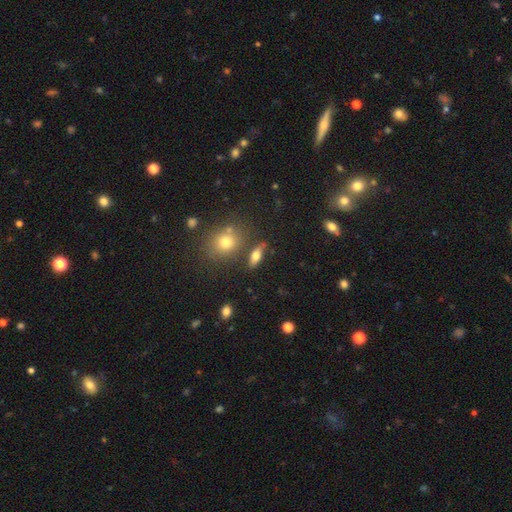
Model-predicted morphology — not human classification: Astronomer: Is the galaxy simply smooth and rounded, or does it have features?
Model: smooth — 64%.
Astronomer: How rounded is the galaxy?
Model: in between — 65%.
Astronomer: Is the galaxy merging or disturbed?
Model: none — 76%.